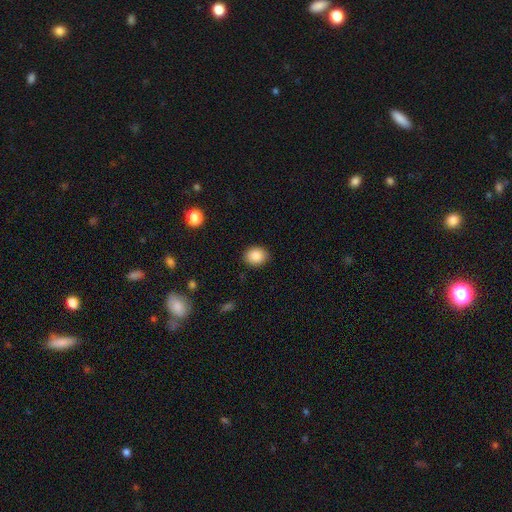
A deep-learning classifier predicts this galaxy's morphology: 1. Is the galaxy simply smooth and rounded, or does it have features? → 87% smooth, 8% star or artifact, 5% featured or disk.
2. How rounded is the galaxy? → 55% in between, 44% round, 1% cigar-shaped.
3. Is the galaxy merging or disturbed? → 88% none, 8% minor disturbance, 2% major disturbance, 1% merger.